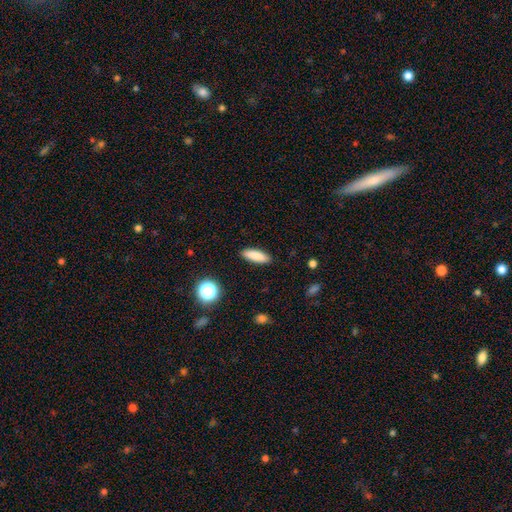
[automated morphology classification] type=smooth (85%); roundness=cigar-shaped (50%); merging=none (90%).